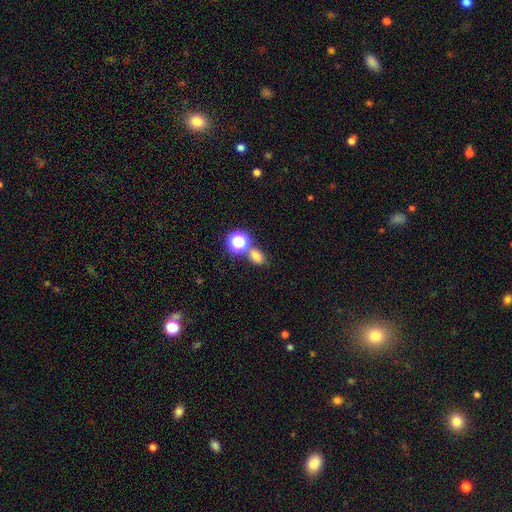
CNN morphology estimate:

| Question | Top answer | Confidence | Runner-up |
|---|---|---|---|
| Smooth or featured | smooth | 73% | star or artifact (20%) |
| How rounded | in between | 66% | round (32%) |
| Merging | none | 61% | merger (23%) |